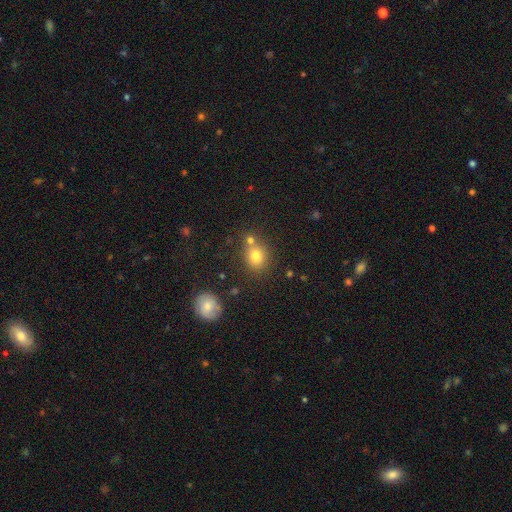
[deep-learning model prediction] Smooth or featured? smooth (77%)
How rounded? round (66%)
Merging? none (62%)